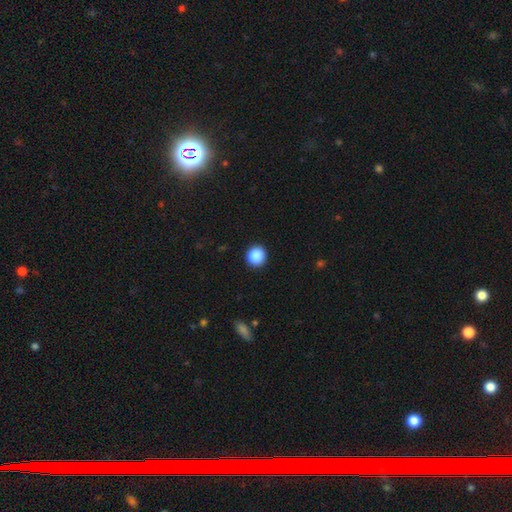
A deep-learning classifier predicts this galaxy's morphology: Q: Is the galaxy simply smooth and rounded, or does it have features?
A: smooth — 88%.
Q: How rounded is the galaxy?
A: round — 94%.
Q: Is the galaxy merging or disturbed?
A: none — 92%.